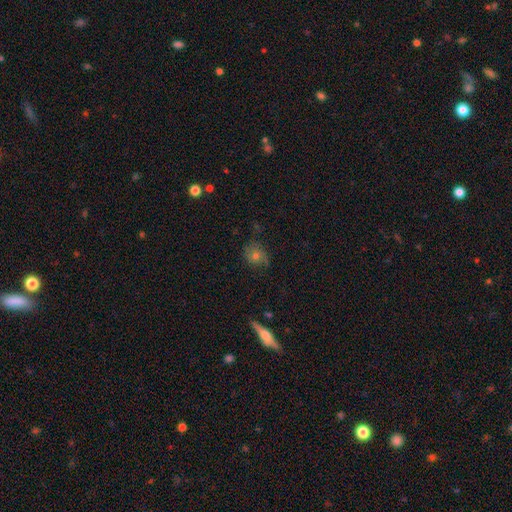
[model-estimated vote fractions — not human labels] Overall: smooth (46%; featured or disk 38%). Merging: none (66%).